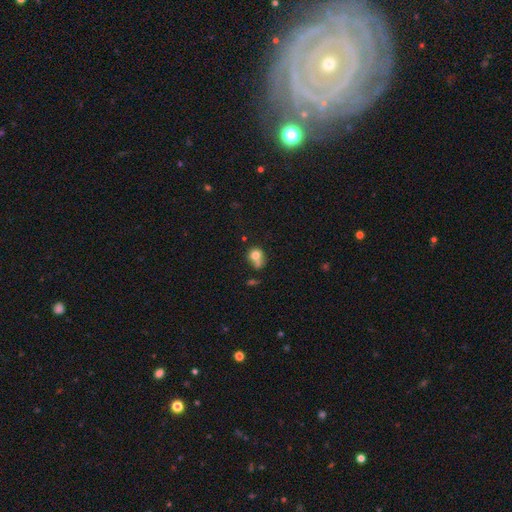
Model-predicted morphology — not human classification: This is likely a smooth galaxy (76%). How rounded: likely round (71%). Merging: marginally none (37%, tied with merger).